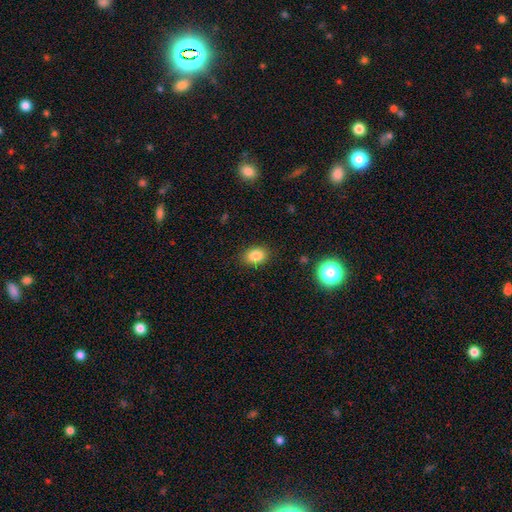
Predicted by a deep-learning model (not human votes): smooth_or_featured: smooth (p=0.83) [alt: star or artifact p=0.11]
how_rounded: in between (p=0.73) [alt: round p=0.26]
merging: none (p=0.87) [alt: minor disturbance p=0.09]